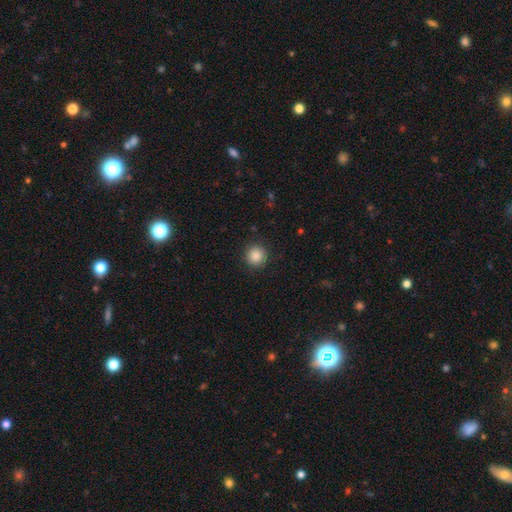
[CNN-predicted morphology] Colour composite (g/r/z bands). It shows a smooth galaxy with no disk features (87%) that is round (95%). Merging: none (91%).